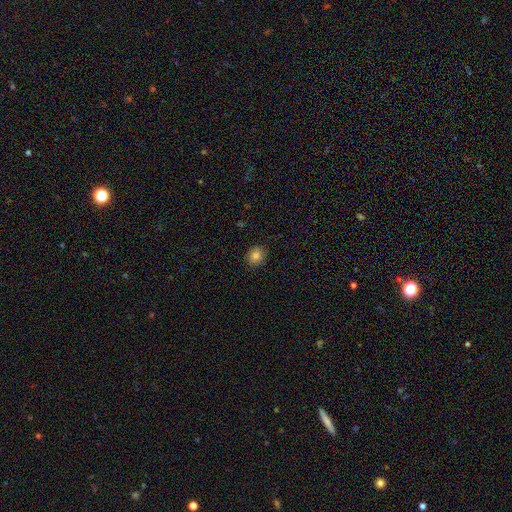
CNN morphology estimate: smooth-or-featured: smooth: 84% | star or artifact: 11% | featured or disk: 5%
  how-rounded: round: 72% | in between: 27% | cigar-shaped: 1%
  merging: none: 89% | minor disturbance: 8% | major disturbance: 2% | merger: 1%